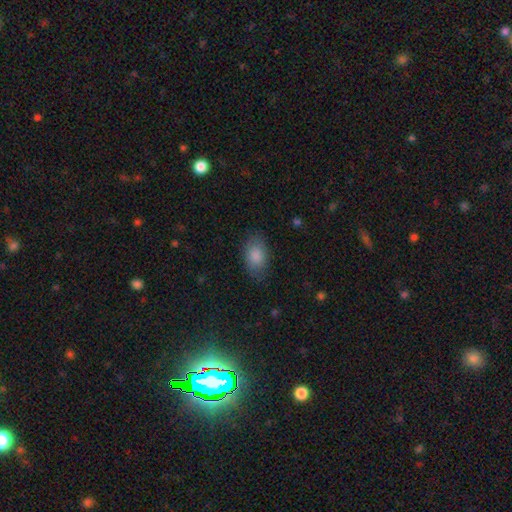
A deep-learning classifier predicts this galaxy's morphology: A smooth galaxy with no disk features (86%) that is in between round and cigar-shaped (90%). Merging: none (78%).